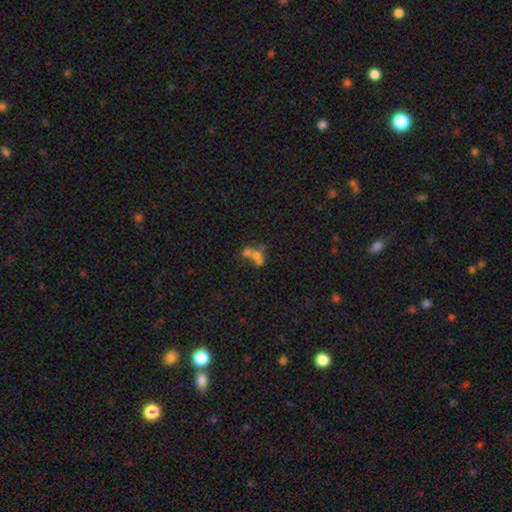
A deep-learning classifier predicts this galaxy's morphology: This is possibly a smooth galaxy (51%). How rounded: possibly round (51%). Merging: likely merger (62%).